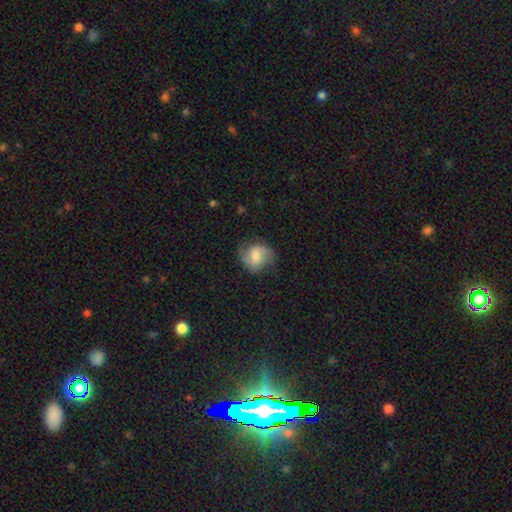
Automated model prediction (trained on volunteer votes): Morphology: type=smooth (49%); merging=none (65%).